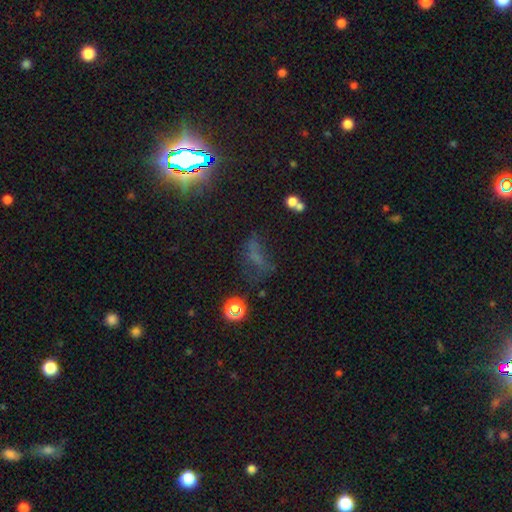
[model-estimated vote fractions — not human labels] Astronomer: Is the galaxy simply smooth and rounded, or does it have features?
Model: star or artifact — 43% (runner-up: smooth, 35%).